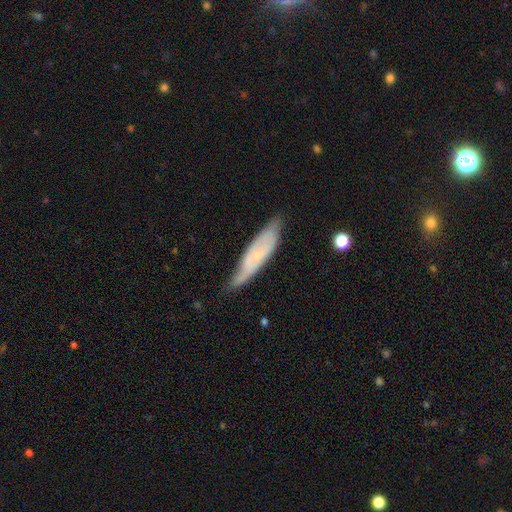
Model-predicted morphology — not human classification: smooth_or_featured: featured or disk (p=0.57) [alt: smooth p=0.36]
disk_edge_on: no (p=0.63) [alt: yes p=0.37]
merging: none (p=0.63) [alt: minor disturbance p=0.28]